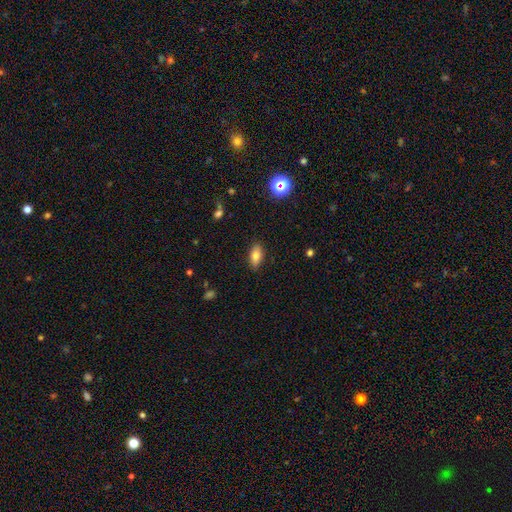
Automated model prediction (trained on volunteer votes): Overall: smooth (77%). How rounded: in between (86%). Merging: none (86%).